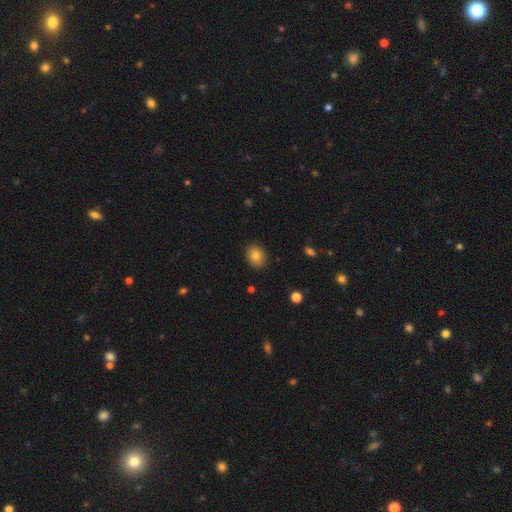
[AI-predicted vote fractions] Smooth or featured? smooth (81%)
How rounded? in between (53%)
Merging? none (89%)